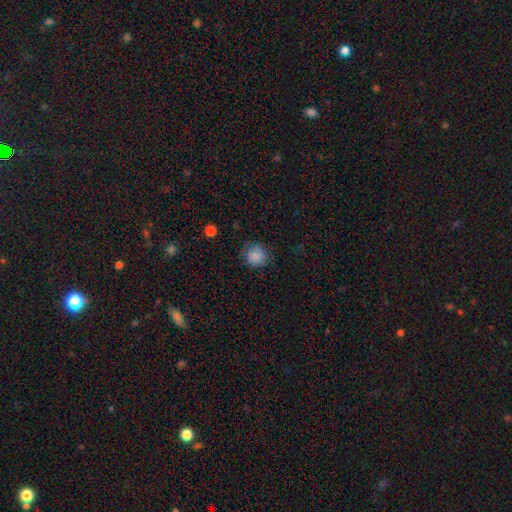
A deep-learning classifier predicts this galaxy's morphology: This appears to be a smooth galaxy with no disk features (83%) that is round (87%). Merging: none (75%).